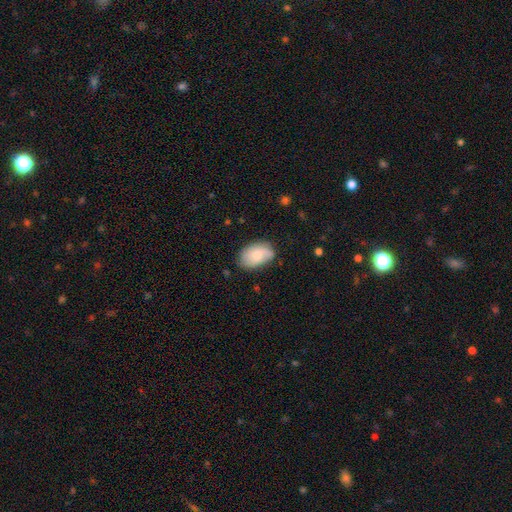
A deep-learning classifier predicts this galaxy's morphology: This appears to be a smooth galaxy with no disk features (68%) that is in between round and cigar-shaped (89%). Merging: none (68%).